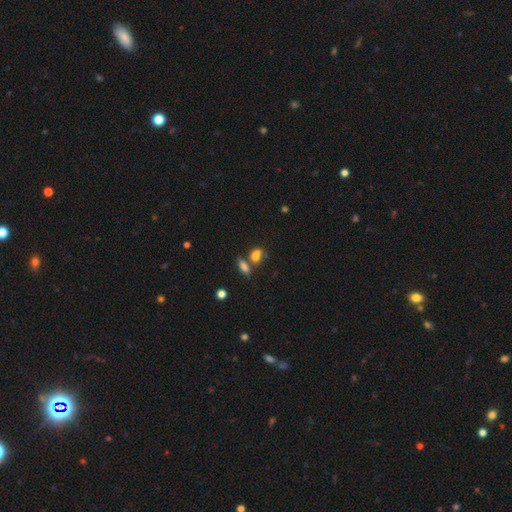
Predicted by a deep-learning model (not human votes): This appears to be a smooth galaxy with no disk features (77%) that is in between round and cigar-shaped (76%). Merging: none (44%).